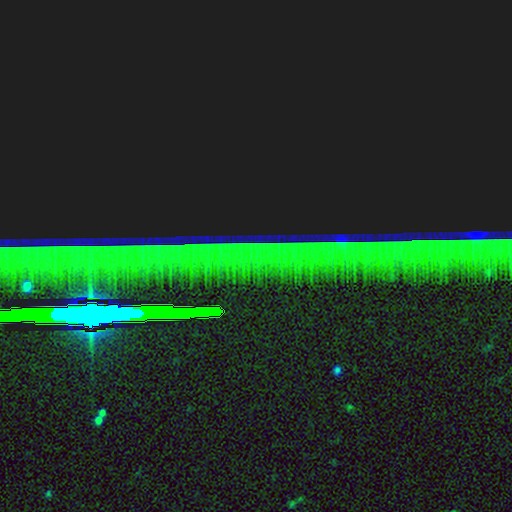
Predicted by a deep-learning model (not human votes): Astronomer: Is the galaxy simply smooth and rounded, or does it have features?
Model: star or artifact — 86%.